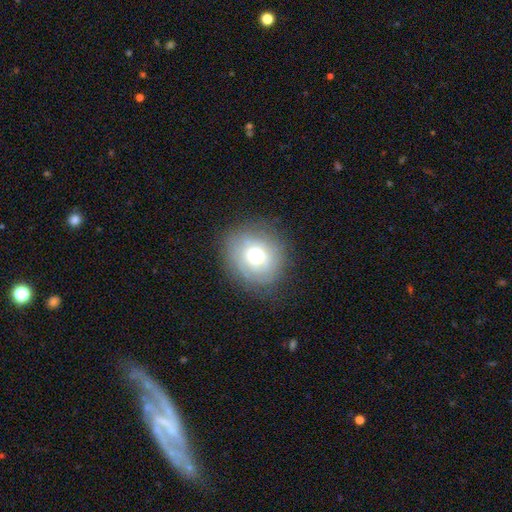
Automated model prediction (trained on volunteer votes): Q: Smooth or featured?
A: smooth (50%); runner-up: featured or disk (39%)
Q: Merging?
A: none (77%); runner-up: minor disturbance (15%)